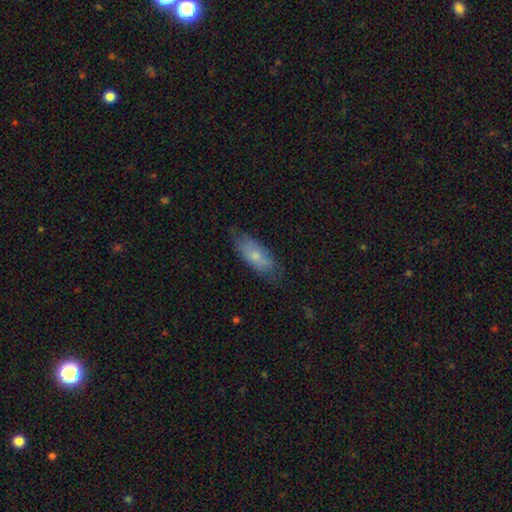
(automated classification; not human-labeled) The model was most divided on "smooth or featured": smooth: 67%, featured or disk: 27%, star or artifact: 6%. More confident: how rounded — in between (74%); merging — none (66%).